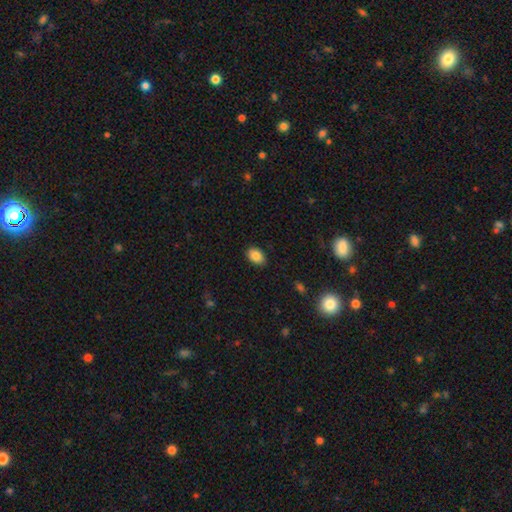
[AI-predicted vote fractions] Smooth or featured: smooth — 86% (star or artifact — 8%)
How rounded: in between — 84% (round — 15%)
Merging: none — 86% (minor disturbance — 10%)